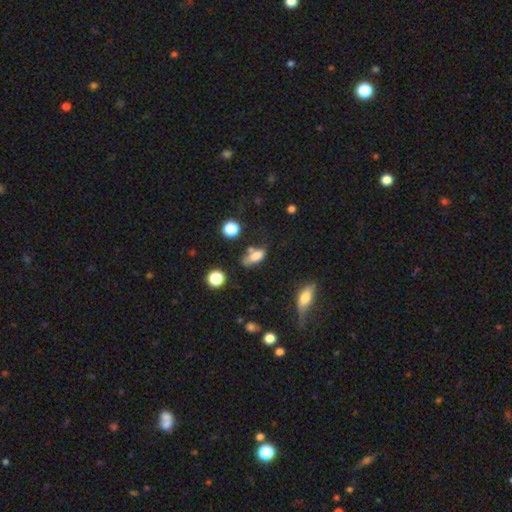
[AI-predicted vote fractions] Smooth or featured? smooth (73%)
How rounded? in between (77%)
Merging? none (40%)